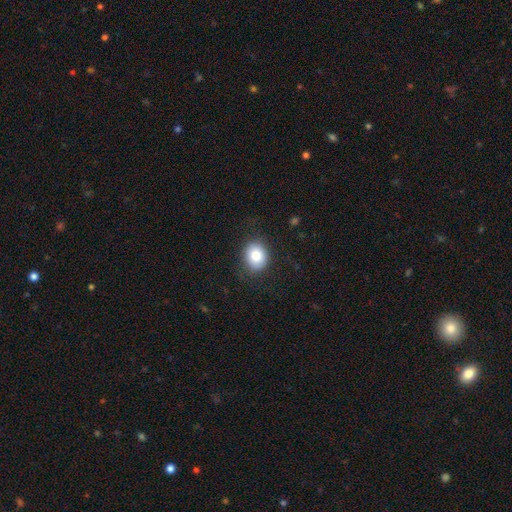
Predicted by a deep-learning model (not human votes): Smooth or featured?
  - smooth: 81% *
  - featured or disk: 10%
  - star or artifact: 9%
How rounded?
  - round: 55% *
  - in between: 44%
  - cigar-shaped: 1%
Merging?
  - none: 86% *
  - minor disturbance: 10%
  - major disturbance: 3%
  - merger: 1%